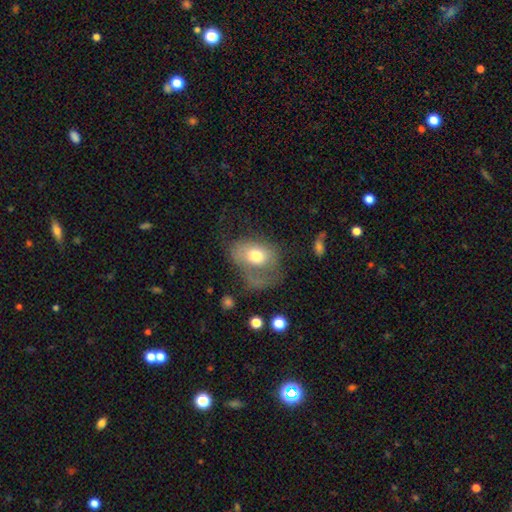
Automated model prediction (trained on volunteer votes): A smooth galaxy with no disk features (59%) that is in between round and cigar-shaped (71%).

Vote fractions:
- Smooth or featured? smooth: 59% / featured or disk: 33% / star or artifact: 8%
- How rounded? in between: 71% / round: 27% / cigar-shaped: 1%
- Merging? major disturbance: 49% / none: 23% / minor disturbance: 23% / merger: 4%